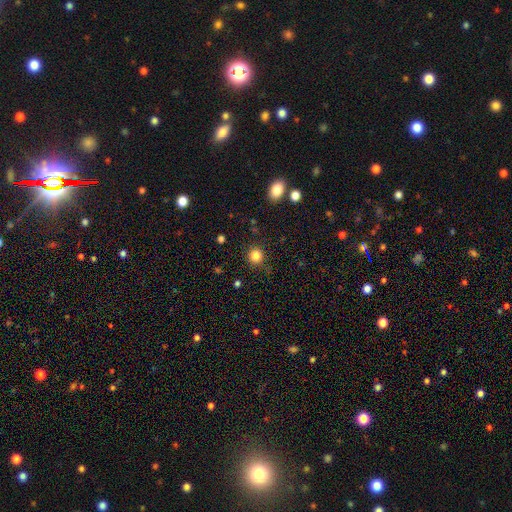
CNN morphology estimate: smooth-or-featured: smooth: 84% | star or artifact: 12% | featured or disk: 4%
  how-rounded: round: 91% | in between: 9% | cigar-shaped: 1%
  merging: none: 87% | minor disturbance: 8% | major disturbance: 3% | merger: 2%